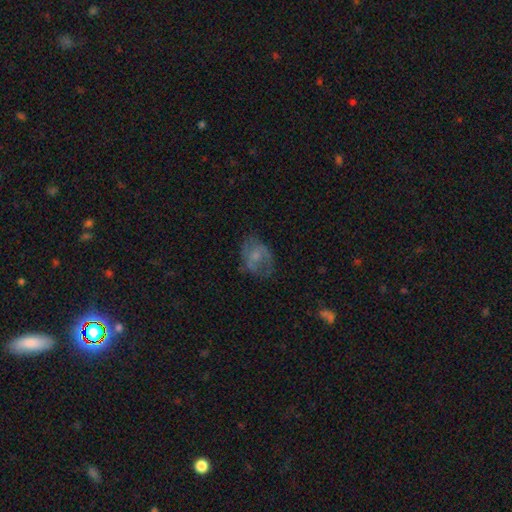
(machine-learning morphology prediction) type=smooth (47%); merging=none (50%).